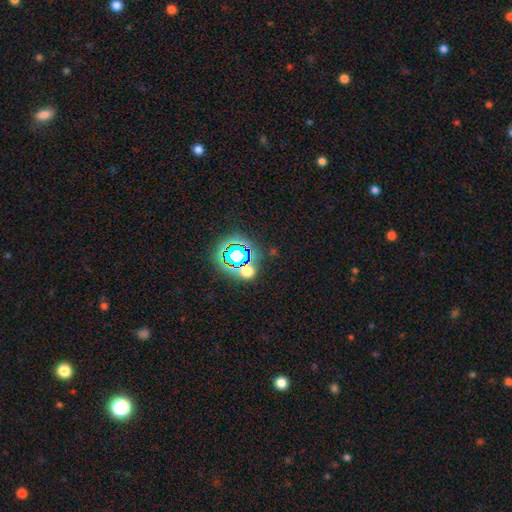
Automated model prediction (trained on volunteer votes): A star or artifact, not a galaxy (77%).